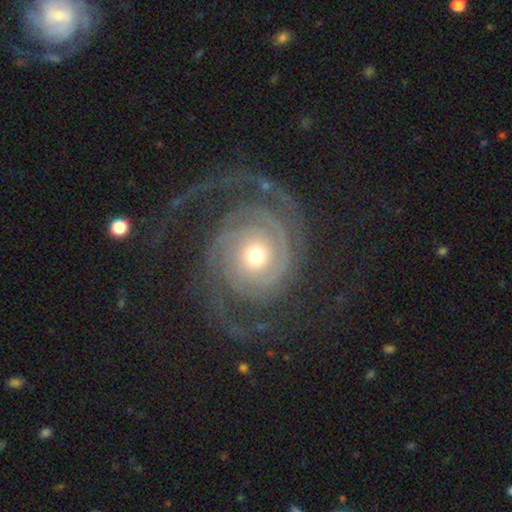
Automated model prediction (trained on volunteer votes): The model was most divided on "bulge size": moderate: 58%, small: 34%, large: 6%, dominant: 1%, none: 1%. Remaining: edge-on disk — no (98%); spiral arms — yes (97%); smooth or featured — featured or disk (89%); bar — no (78%); merging — none (63%); spiral winding — tight (61%); spiral arm count — 2 (48%).